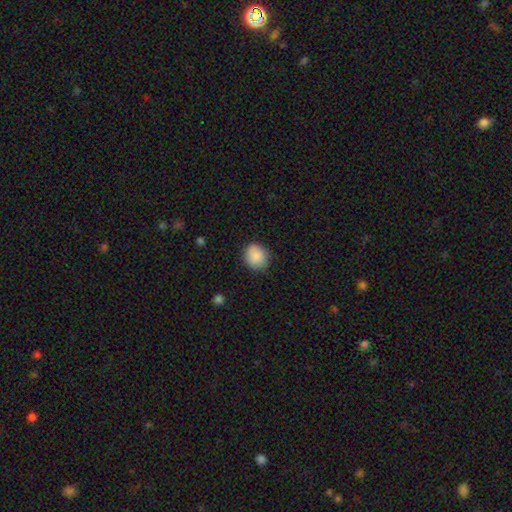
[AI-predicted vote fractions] A smooth galaxy with no disk features (88%) that is round (77%).

Vote fractions:
- Smooth or featured? smooth: 88% / star or artifact: 8% / featured or disk: 4%
- How rounded? round: 77% / in between: 23% / cigar-shaped: 1%
- Merging? none: 85% / minor disturbance: 11% / major disturbance: 3% / merger: 1%